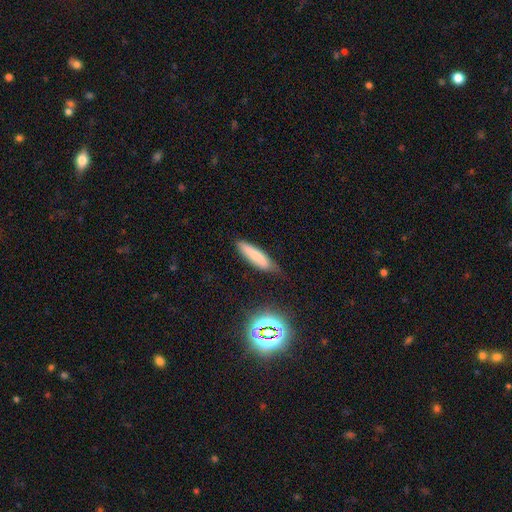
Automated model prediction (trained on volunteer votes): smooth 77%, featured or disk 13%, star or artifact 10%. Down the decision tree: how rounded — cigar-shaped (73%); merging — none (72%).